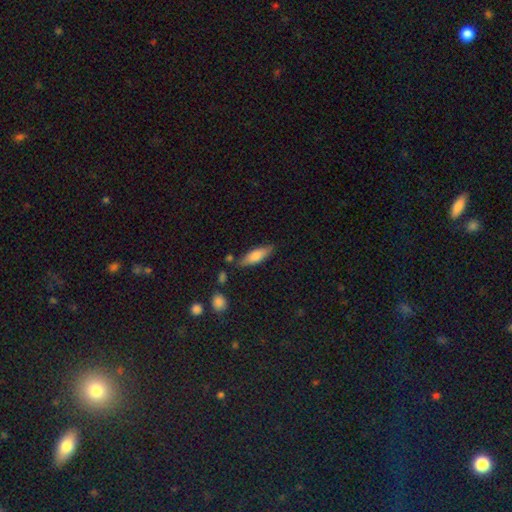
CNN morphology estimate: Smooth or featured: smooth — 73% (featured or disk — 21%)
How rounded: in between — 55% (cigar-shaped — 43%)
Merging: none — 75% (minor disturbance — 17%)